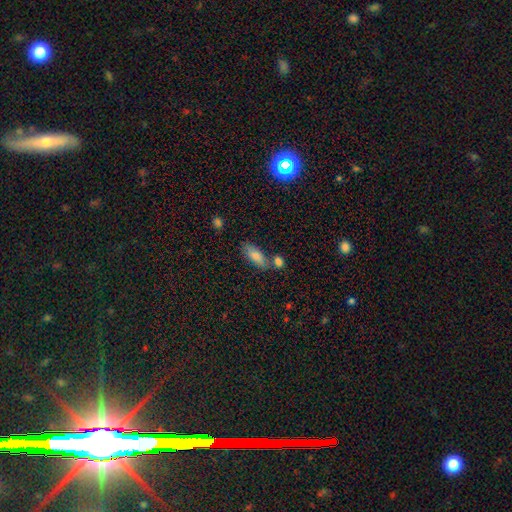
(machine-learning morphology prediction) This is likely a smooth galaxy (75%). How rounded: likely in between (77%). Merging: likely none (66%).